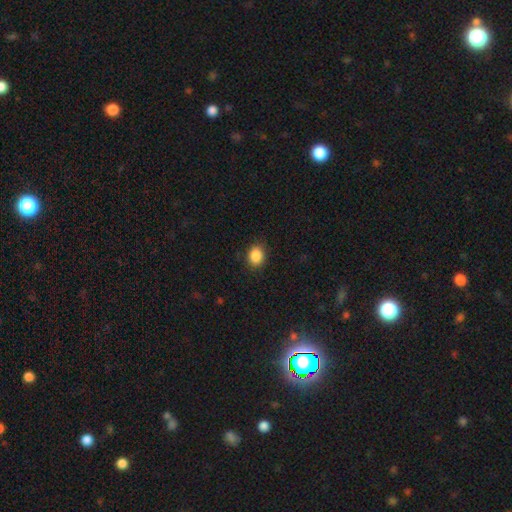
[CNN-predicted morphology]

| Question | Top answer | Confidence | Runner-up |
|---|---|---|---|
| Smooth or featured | smooth | 88% | star or artifact (9%) |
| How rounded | round | 53% | in between (46%) |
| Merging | none | 86% | minor disturbance (10%) |